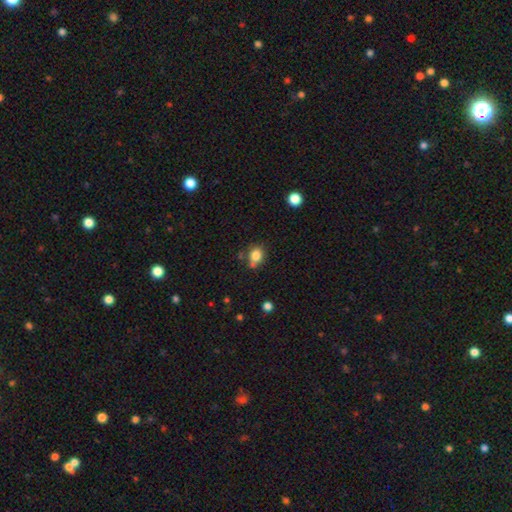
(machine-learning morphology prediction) type=smooth (82%); roundness=round (59%); merging=none (65%).